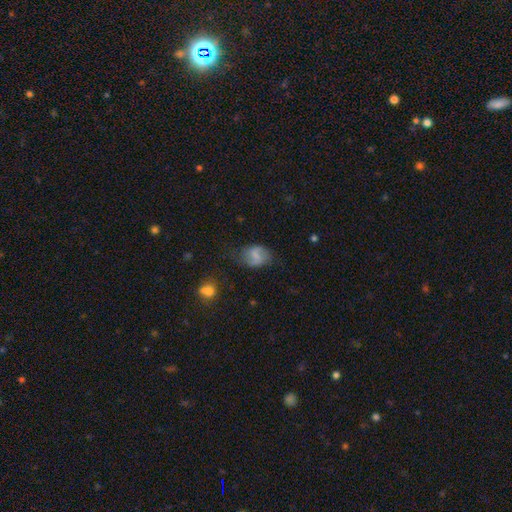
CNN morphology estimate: This is possibly a smooth galaxy (60%). How rounded: likely in between (71%). Merging: possibly none (57%).